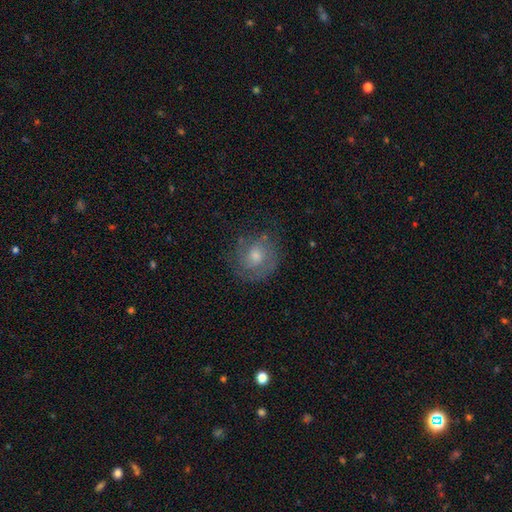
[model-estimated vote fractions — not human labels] featured or disk 60%, smooth 29%, star or artifact 11%. Down the decision tree: edge-on disk — no (97%); bar — no (73%); spiral arms — yes (83%); bulge size — moderate (56%); merging — none (71%).